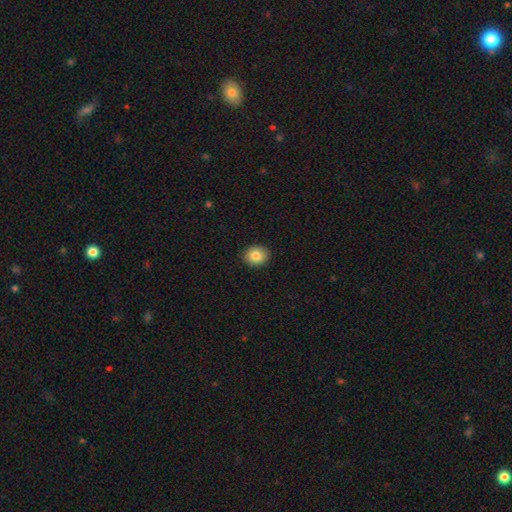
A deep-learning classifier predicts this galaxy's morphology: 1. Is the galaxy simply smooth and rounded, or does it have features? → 84% smooth, 9% star or artifact, 8% featured or disk.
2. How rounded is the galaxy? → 59% round, 40% in between, 1% cigar-shaped.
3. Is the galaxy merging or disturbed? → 90% none, 8% minor disturbance, 2% major disturbance, 1% merger.